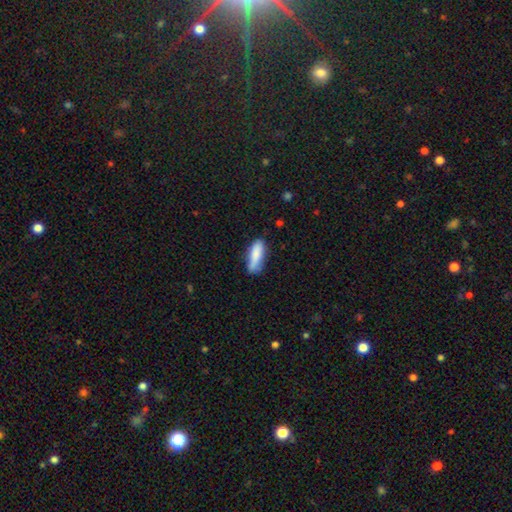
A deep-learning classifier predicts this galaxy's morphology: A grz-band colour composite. It shows a smooth galaxy with no disk features (82%) that is in between round and cigar-shaped (56%). Merging: none (64%).